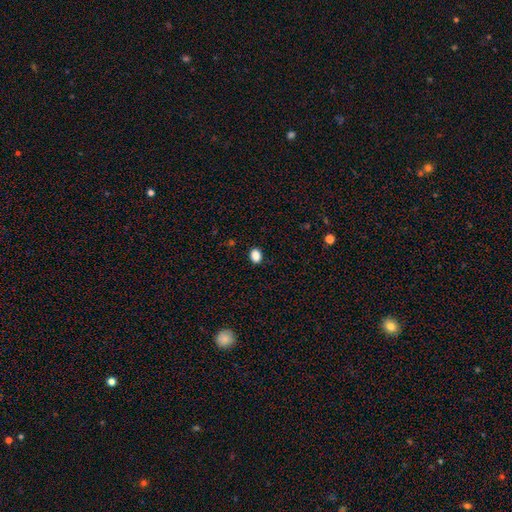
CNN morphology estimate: Overall: smooth (87%). How rounded: in between (65%; round 34%). Merging: none (89%).